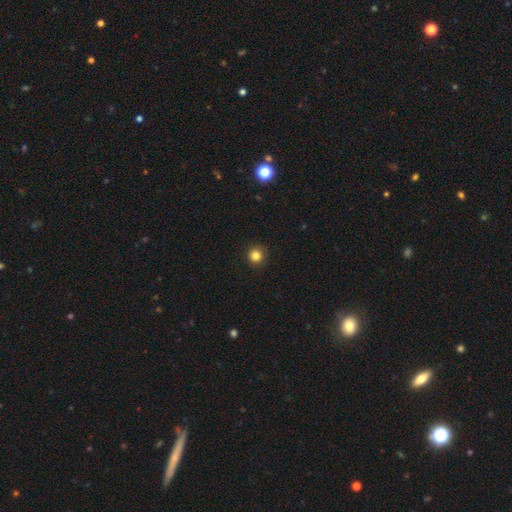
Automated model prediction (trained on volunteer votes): smooth-or-featured: smooth: 83% | star or artifact: 12% | featured or disk: 5%
  how-rounded: round: 94% | in between: 5% | cigar-shaped: 1%
  merging: none: 90% | minor disturbance: 7% | major disturbance: 2% | merger: 1%